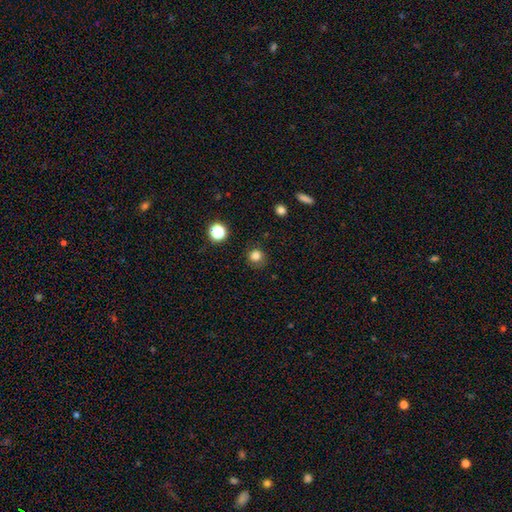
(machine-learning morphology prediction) A smooth galaxy with no disk features (81%) that is round (91%).

Vote fractions:
- Smooth or featured? smooth: 81% / star or artifact: 14% / featured or disk: 5%
- How rounded? round: 91% / in between: 8% / cigar-shaped: 1%
- Merging? none: 84% / minor disturbance: 11% / major disturbance: 4% / merger: 2%